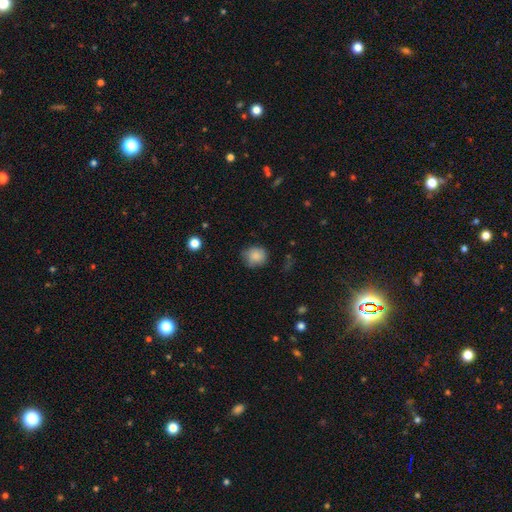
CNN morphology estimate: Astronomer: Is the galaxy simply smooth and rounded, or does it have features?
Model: smooth — 86%.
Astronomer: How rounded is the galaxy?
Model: round — 81%.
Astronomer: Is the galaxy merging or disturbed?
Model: none — 75%.